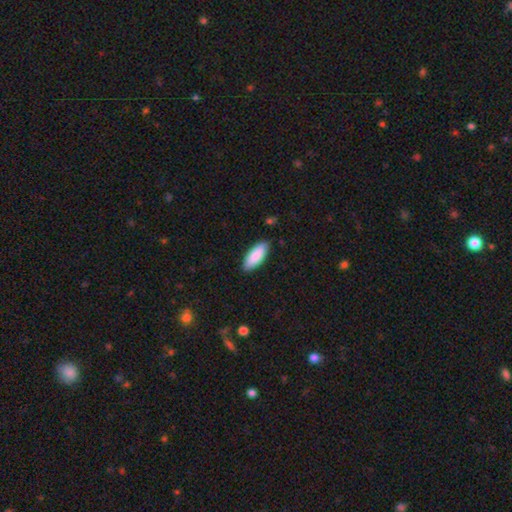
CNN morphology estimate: Smooth or featured: smooth — 89% (featured or disk — 6%)
How rounded: in between — 79% (cigar-shaped — 20%)
Merging: none — 87% (minor disturbance — 10%)